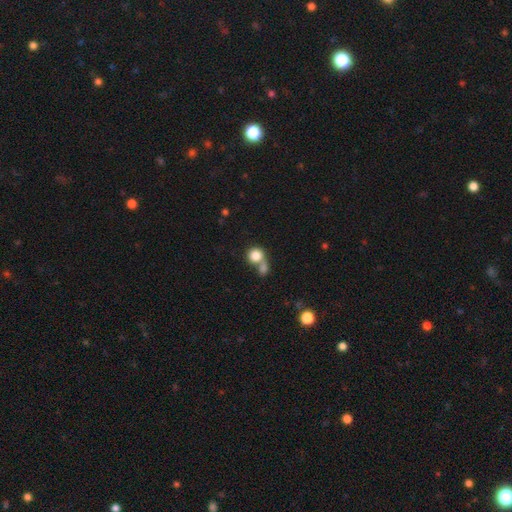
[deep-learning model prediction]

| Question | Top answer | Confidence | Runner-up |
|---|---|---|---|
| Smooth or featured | smooth | 83% | star or artifact (9%) |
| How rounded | round | 87% | in between (12%) |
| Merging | merger | 48% | none (41%) |